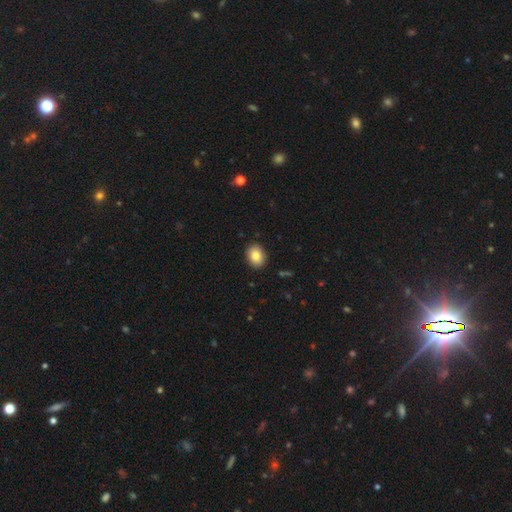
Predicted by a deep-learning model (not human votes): smooth-or-featured: smooth: 85% | star or artifact: 8% | featured or disk: 7%
  how-rounded: in between: 60% | round: 39% | cigar-shaped: 1%
  merging: none: 90% | minor disturbance: 7% | major disturbance: 2% | merger: 1%